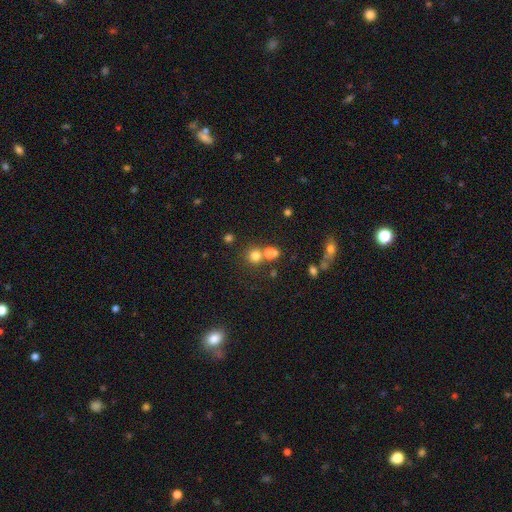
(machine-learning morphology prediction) Smooth or featured: smooth — 74% (star or artifact — 17%)
How rounded: round — 86% (in between — 13%)
Merging: none — 55% (merger — 34%)